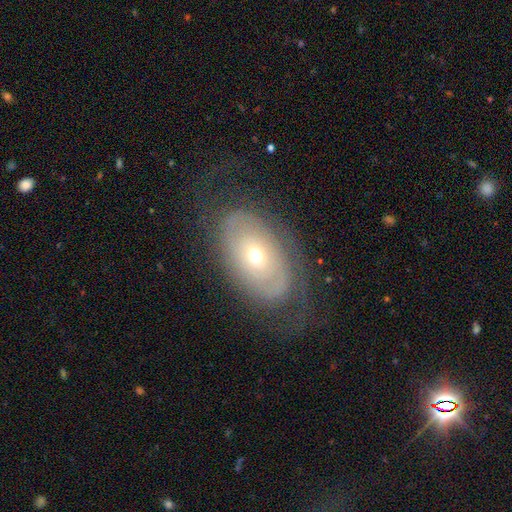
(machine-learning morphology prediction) Smooth or featured? Predicted: featured or disk (p=0.58). Edge-on disk? Predicted: no (p=0.91). Bar? Predicted: no (p=0.85). Spiral arms? Predicted: no (p=0.54). Bulge size? Predicted: moderate (p=0.48, tied with small). Merging? Predicted: none (p=0.70).